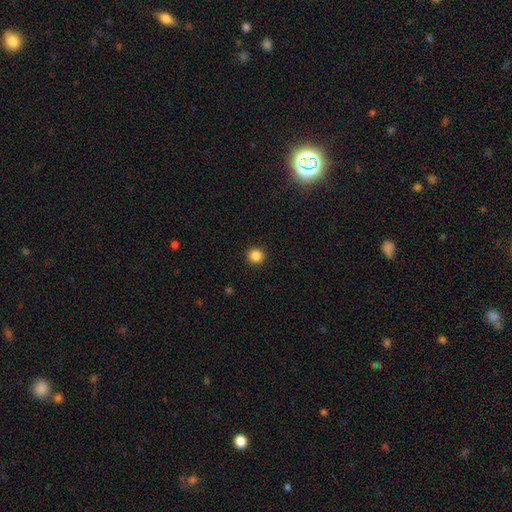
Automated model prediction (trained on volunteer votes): The model was most divided on "smooth or featured": smooth: 86%, star or artifact: 11%, featured or disk: 3%. More confident: how rounded — round (95%); merging — none (93%).